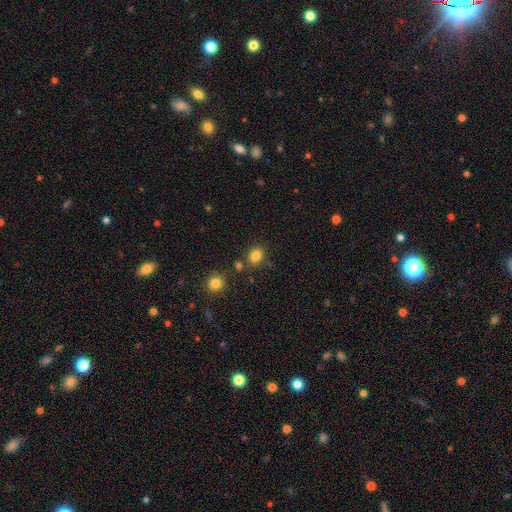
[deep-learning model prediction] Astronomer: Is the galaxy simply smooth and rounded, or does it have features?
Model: smooth — 82%.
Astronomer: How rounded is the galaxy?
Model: round — 58% (runner-up: in between, 41%).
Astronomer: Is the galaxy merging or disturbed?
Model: none — 76%.